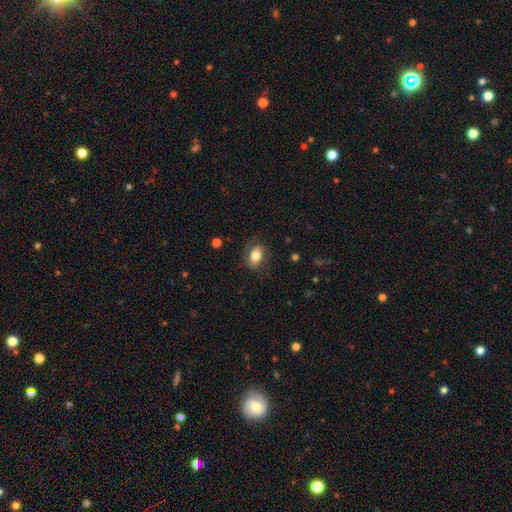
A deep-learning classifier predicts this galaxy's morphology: Smooth or featured: smooth — 76% (featured or disk — 16%)
How rounded: in between — 78% (round — 21%)
Merging: none — 74% (minor disturbance — 18%)